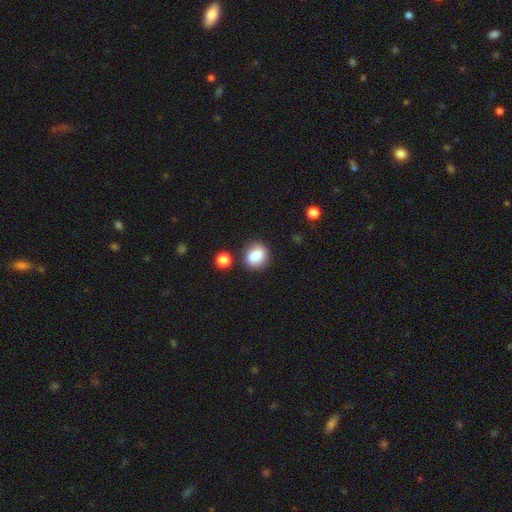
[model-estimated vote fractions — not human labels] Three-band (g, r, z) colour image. It shows a smooth galaxy with no disk features (84%) that is round (52%). Merging: none (75%).